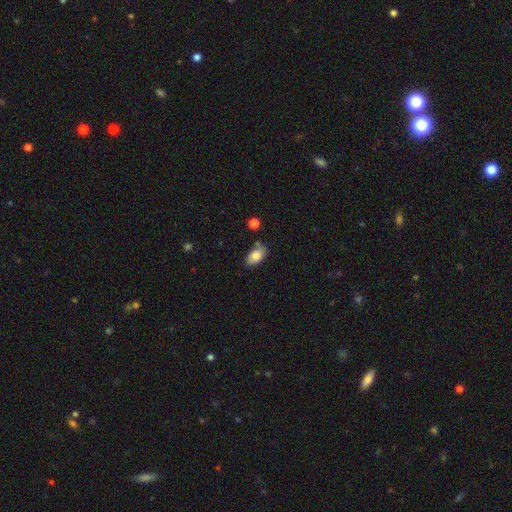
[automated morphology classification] Smooth or featured? smooth (82%)
How rounded? in between (93%)
Merging? none (76%)